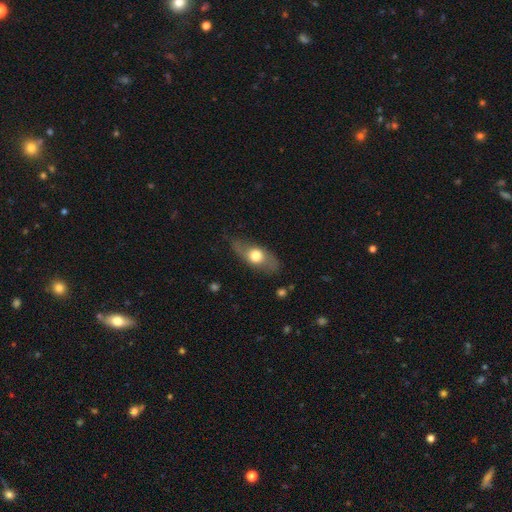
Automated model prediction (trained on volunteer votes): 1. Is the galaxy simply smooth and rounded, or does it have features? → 53% smooth, 41% featured or disk, 6% star or artifact.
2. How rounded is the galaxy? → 71% in between, 18% cigar-shaped, 12% round.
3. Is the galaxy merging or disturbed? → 70% none, 22% minor disturbance, 7% major disturbance, 2% merger.